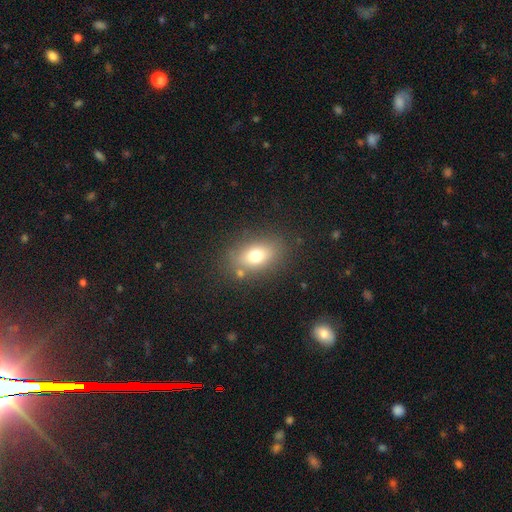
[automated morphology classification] This appears to be a smooth galaxy with no disk features (73%) that is in between round and cigar-shaped (79%). Merging: none (78%).